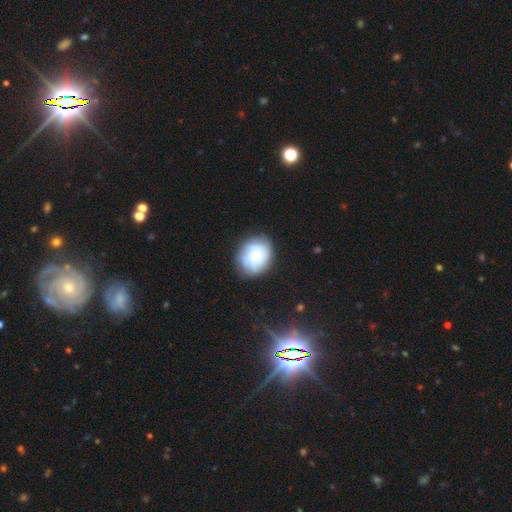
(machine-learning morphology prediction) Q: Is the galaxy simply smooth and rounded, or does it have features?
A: smooth — 57%.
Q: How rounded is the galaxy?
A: round — 60%.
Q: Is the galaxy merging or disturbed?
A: none — 71%.